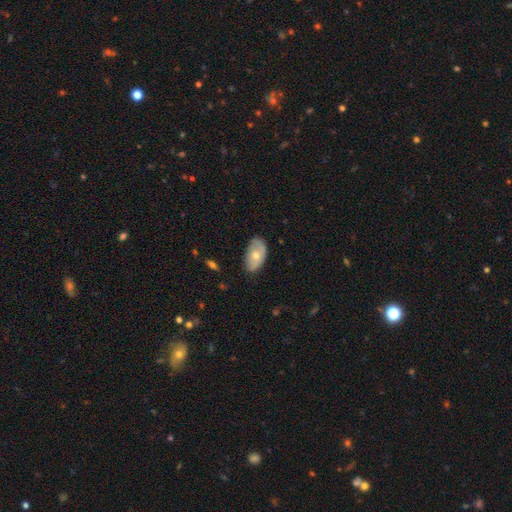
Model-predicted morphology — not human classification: Smooth or featured? Predicted: smooth (p=0.60). How rounded? Predicted: in between (p=0.93). Merging? Predicted: none (p=0.69).